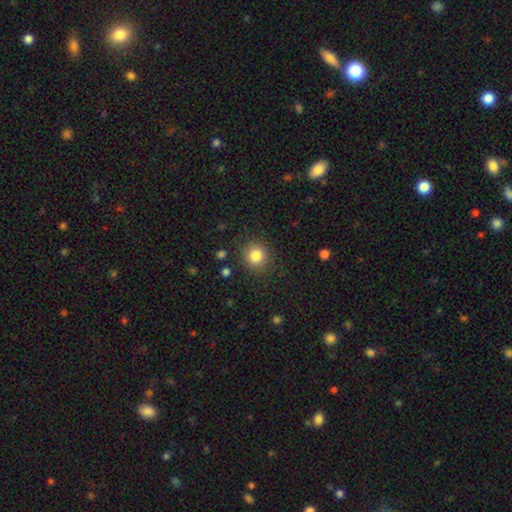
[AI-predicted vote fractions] Smooth or featured? smooth (83%)
How rounded? round (87%)
Merging? none (87%)